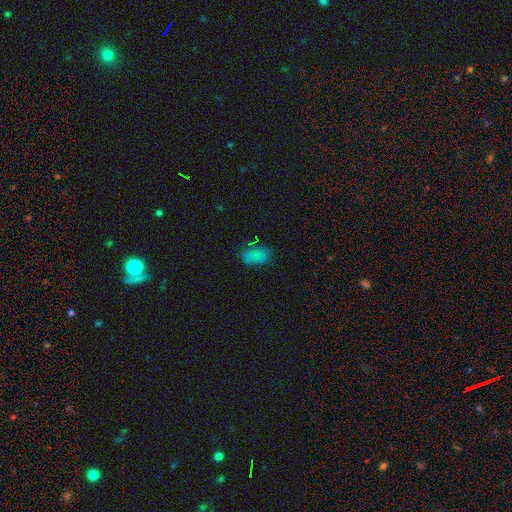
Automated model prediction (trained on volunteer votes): Smooth or featured? Predicted: smooth (p=0.77). How rounded? Predicted: in between (p=0.92). Merging? Predicted: none (p=0.70).